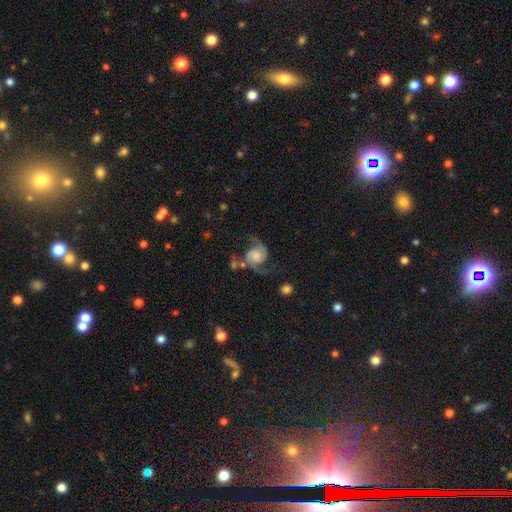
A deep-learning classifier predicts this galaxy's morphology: Smooth or featured: featured or disk — 86% (smooth — 8%)
Edge-on disk: no — 98% (yes — 2%)
Bar: no — 70% (weak — 25%)
Spiral arms: yes — 97% (no — 3%)
Spiral winding: medium — 44% (loose — 43%)
Spiral arm count: 2 — 93% (1 — 2%)
Bulge size: moderate — 31% (small — 28%)
Merging: none — 62% (minor disturbance — 18%)